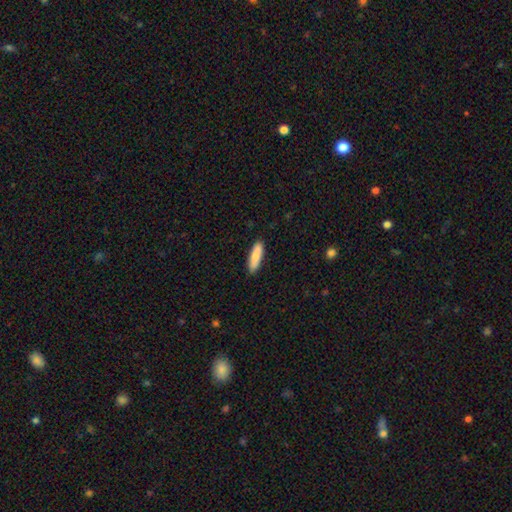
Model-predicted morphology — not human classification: A smooth galaxy with no disk features (85%) that is cigar-shaped (61%).

Vote fractions:
- Smooth or featured? smooth: 85% / featured or disk: 9% / star or artifact: 6%
- How rounded? cigar-shaped: 61% / in between: 37% / round: 2%
- Merging? none: 89% / minor disturbance: 9% / major disturbance: 2% / merger: 1%